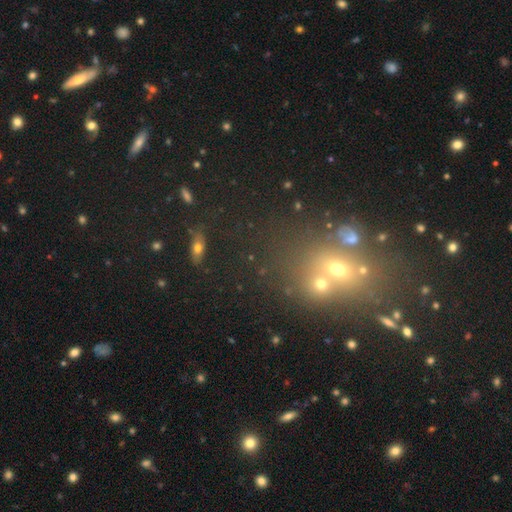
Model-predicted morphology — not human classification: This appears to be a star or artifact, not a galaxy (47%).